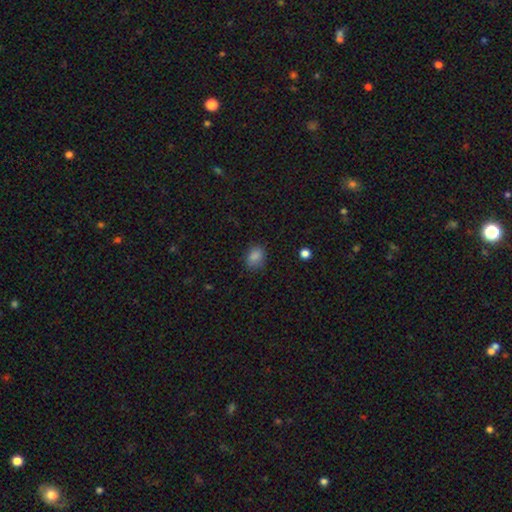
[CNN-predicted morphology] Smooth or featured: smooth — 83% (star or artifact — 12%)
How rounded: in between — 59% (round — 40%)
Merging: none — 81% (minor disturbance — 15%)